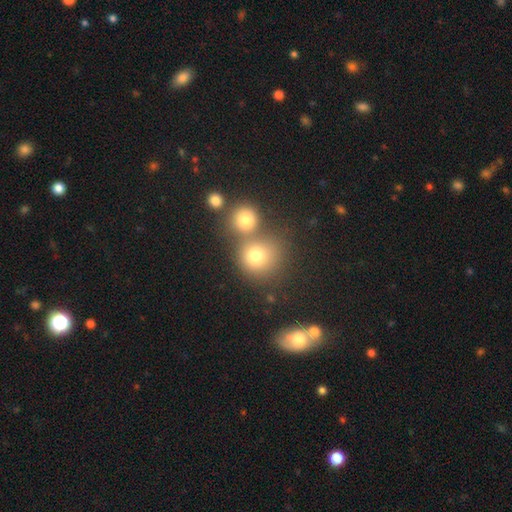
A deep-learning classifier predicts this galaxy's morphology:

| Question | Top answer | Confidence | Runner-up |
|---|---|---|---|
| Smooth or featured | smooth | 74% | star or artifact (15%) |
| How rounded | round | 84% | in between (15%) |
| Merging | none | 53% | merger (33%) |